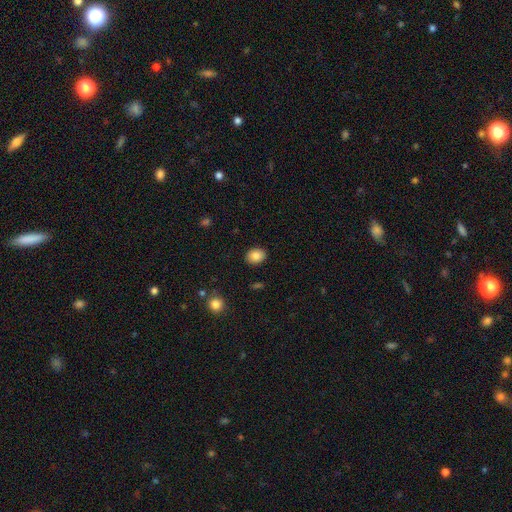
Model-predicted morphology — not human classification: This appears to be a smooth galaxy with no disk features (85%) that is in between round and cigar-shaped (56%). Merging: none (89%).